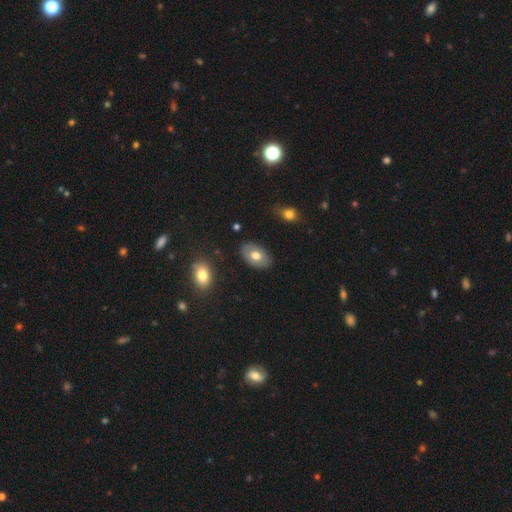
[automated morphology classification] Smooth or featured? Predicted: smooth (p=0.66). How rounded? Predicted: in between (p=0.91). Merging? Predicted: none (p=0.85).